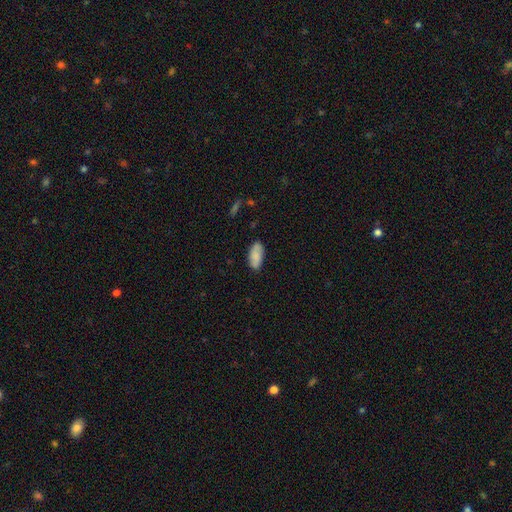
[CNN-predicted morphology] smooth 84%, featured or disk 10%, star or artifact 6%. Down the decision tree: how rounded — in between (91%); merging — none (82%).